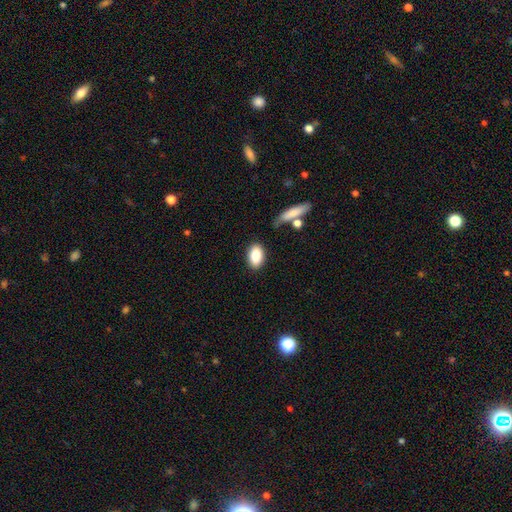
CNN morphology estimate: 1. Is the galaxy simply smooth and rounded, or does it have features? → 84% smooth, 9% featured or disk, 7% star or artifact.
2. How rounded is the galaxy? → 91% in between, 7% round, 2% cigar-shaped.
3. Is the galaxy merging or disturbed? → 83% none, 11% minor disturbance, 3% merger, 3% major disturbance.